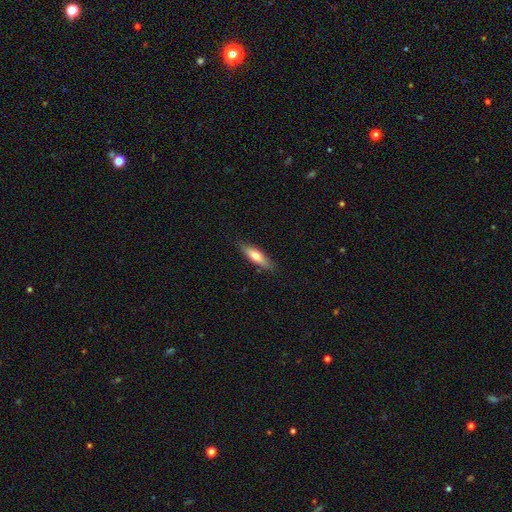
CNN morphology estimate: This is likely a smooth galaxy (65%). How rounded: likely cigar-shaped (61%). Merging: clearly none (86%).